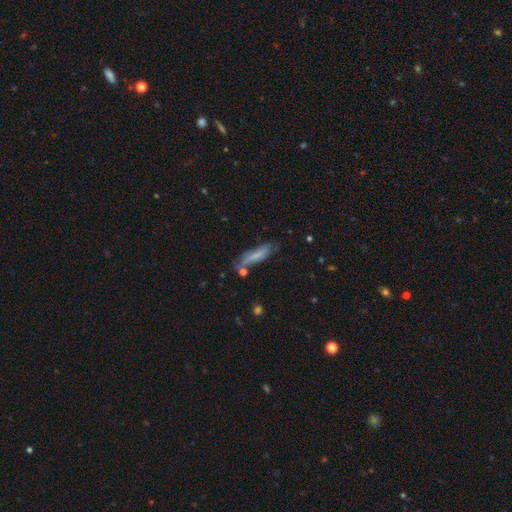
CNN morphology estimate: Overall: smooth (68%). How rounded: cigar-shaped (71%). Merging: none (64%).